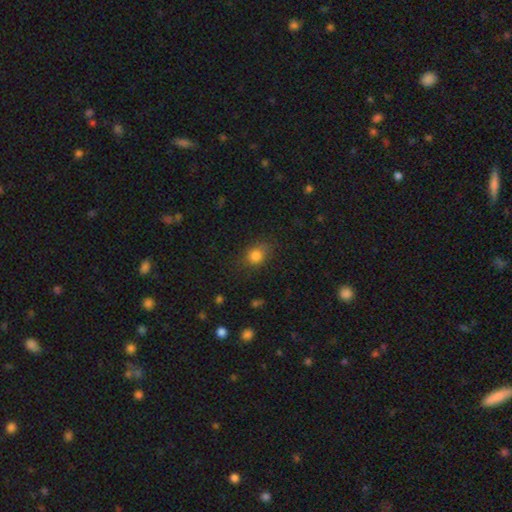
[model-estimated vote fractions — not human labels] smooth_or_featured: smooth (p=0.82) [alt: star or artifact p=0.12]
how_rounded: round (p=0.58) [alt: in between p=0.40]
merging: none (p=0.73) [alt: minor disturbance p=0.19]